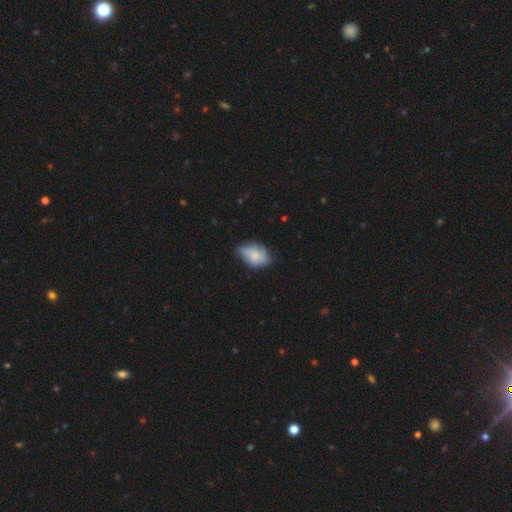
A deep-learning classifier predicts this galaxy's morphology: A smooth galaxy with no disk features (62%) that is in between round and cigar-shaped (82%).

Vote fractions:
- Smooth or featured? smooth: 62% / featured or disk: 30% / star or artifact: 8%
- How rounded? in between: 82% / round: 17% / cigar-shaped: 2%
- Merging? none: 49% / minor disturbance: 37% / major disturbance: 12% / merger: 2%